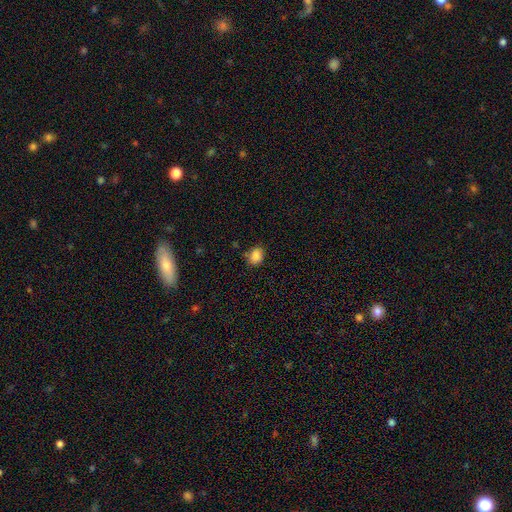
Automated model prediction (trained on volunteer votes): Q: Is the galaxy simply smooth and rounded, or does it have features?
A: smooth — 86%.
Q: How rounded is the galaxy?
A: in between — 54%.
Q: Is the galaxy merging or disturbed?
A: none — 77%.